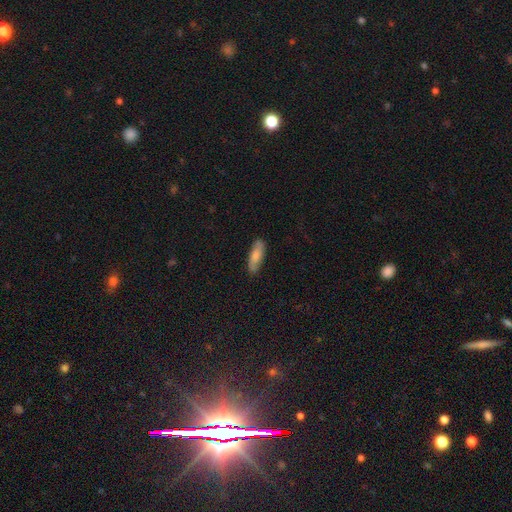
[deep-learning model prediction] A smooth galaxy with no disk features (74%) that is in between round and cigar-shaped (57%). Merging: none (83%).